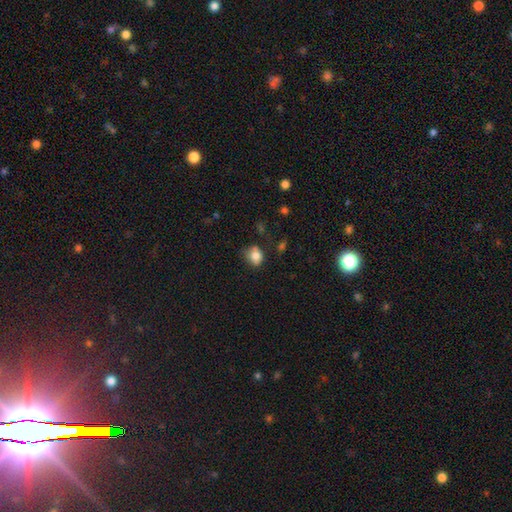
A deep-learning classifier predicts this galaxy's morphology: A smooth galaxy with no disk features (78%) that is round (59%). Merging: none (56%).